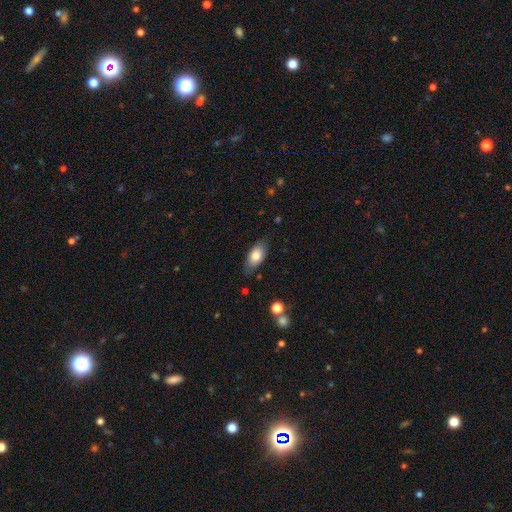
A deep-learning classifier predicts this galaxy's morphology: smooth 77%, featured or disk 16%, star or artifact 7%. Down the decision tree: how rounded — in between (89%); merging — none (77%).